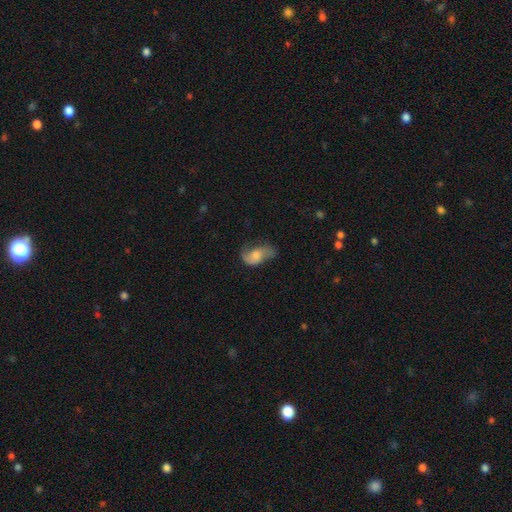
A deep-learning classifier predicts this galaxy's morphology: Smooth or featured?
  - smooth: 47% *
  - featured or disk: 46%
  - star or artifact: 8%
Merging?
  - none: 43% *
  - minor disturbance: 32%
  - major disturbance: 23%
  - merger: 2%